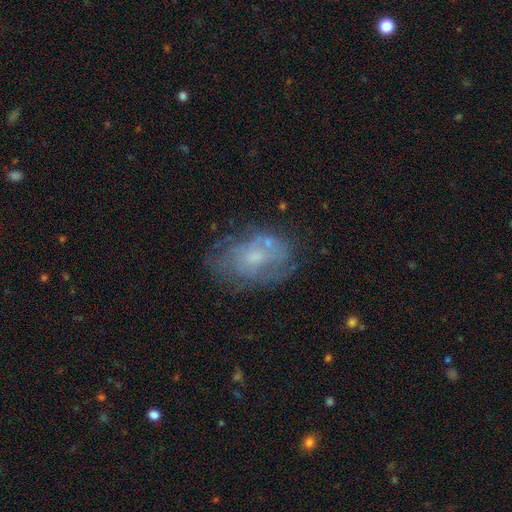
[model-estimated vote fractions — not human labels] Smooth or featured? Predicted: featured or disk (p=0.60). Edge-on disk? Predicted: no (p=0.96). Bar? Predicted: no (p=0.76). Spiral arms? Predicted: yes (p=0.54). Bulge size? Predicted: small (p=0.48). Merging? Predicted: none (p=0.58).